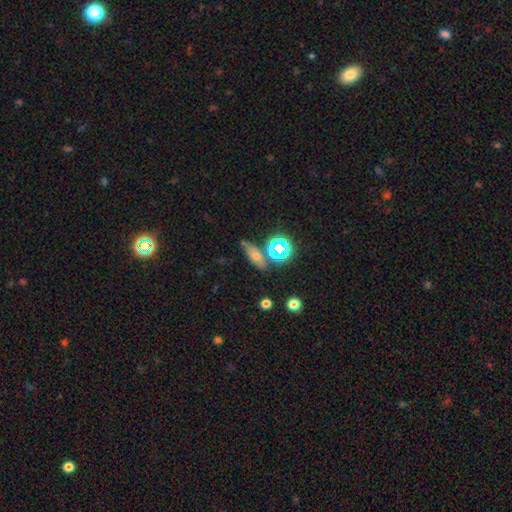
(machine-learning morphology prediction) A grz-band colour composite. It shows a smooth galaxy with no disk features (46%). Merging: none (74%).